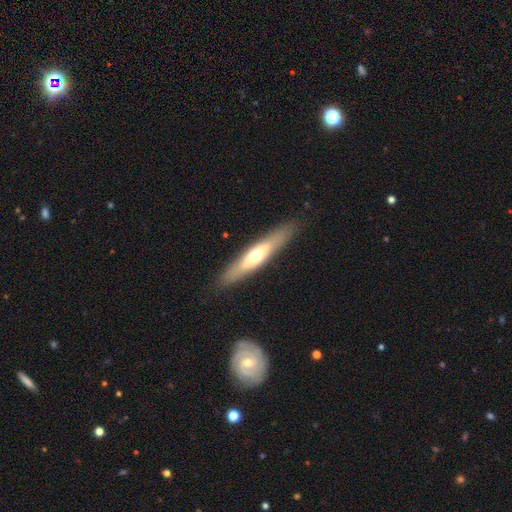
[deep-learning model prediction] The model was most divided on "smooth or featured": featured or disk: 50%, smooth: 45%, star or artifact: 5%. More confident: merging — none (88%); edge-on disk — yes (81%).